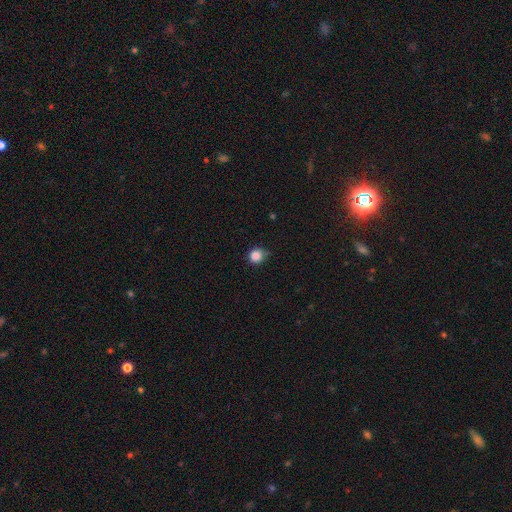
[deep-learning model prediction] smooth_or_featured: smooth (p=0.85) [alt: star or artifact p=0.11]
how_rounded: round (p=0.92) [alt: in between p=0.07]
merging: none (p=0.77) [alt: minor disturbance p=0.18]